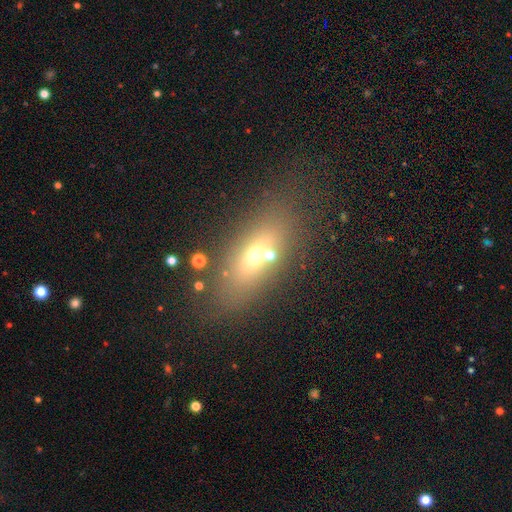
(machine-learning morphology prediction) A smooth galaxy with no disk features (55%) that is in between round and cigar-shaped (71%). Merging: none (65%).